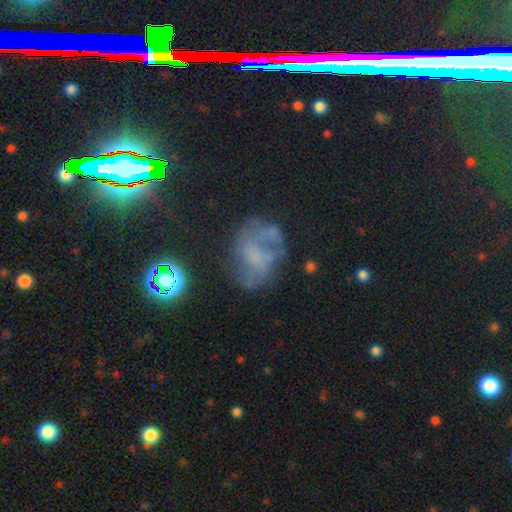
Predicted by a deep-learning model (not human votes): Morphology: type=featured or disk (52%); edge-on=no (97%); bar=no (76%); spiral arms=no (51%); bulge=none (68%); merging=none (45%).